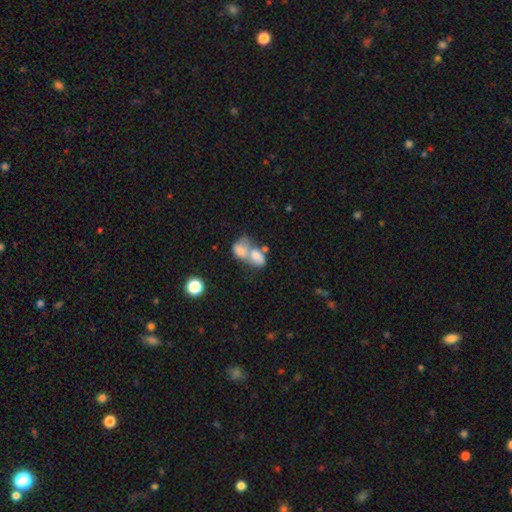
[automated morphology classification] A smooth galaxy with no disk features (68%) that is in between round and cigar-shaped (81%).

Vote fractions:
- Smooth or featured? smooth: 68% / featured or disk: 22% / star or artifact: 10%
- How rounded? in between: 81% / round: 17% / cigar-shaped: 2%
- Merging? merger: 77% / none: 11% / major disturbance: 6% / minor disturbance: 6%